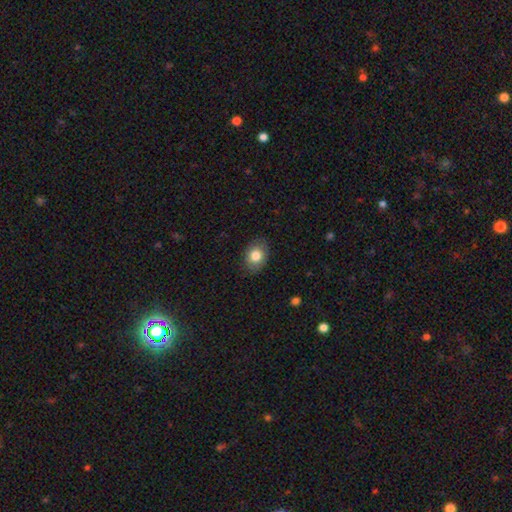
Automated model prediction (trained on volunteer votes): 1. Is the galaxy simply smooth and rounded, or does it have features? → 81% smooth, 11% featured or disk, 8% star or artifact.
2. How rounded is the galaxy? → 68% in between, 31% round, 1% cigar-shaped.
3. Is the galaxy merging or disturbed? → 86% none, 11% minor disturbance, 3% major disturbance, 1% merger.